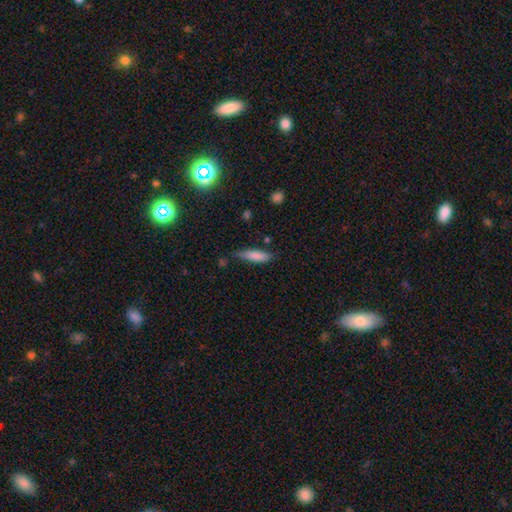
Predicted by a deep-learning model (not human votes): Smooth or featured? smooth (81%)
How rounded? cigar-shaped (66%)
Merging? none (67%)